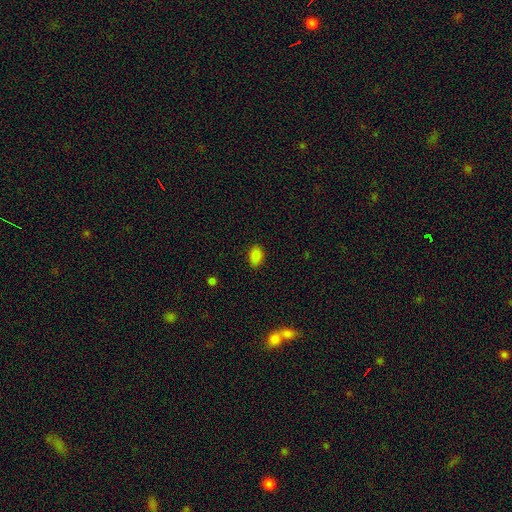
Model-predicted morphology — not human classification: Smooth or featured? Predicted: smooth (p=0.86). How rounded? Predicted: in between (p=0.85). Merging? Predicted: none (p=0.86).